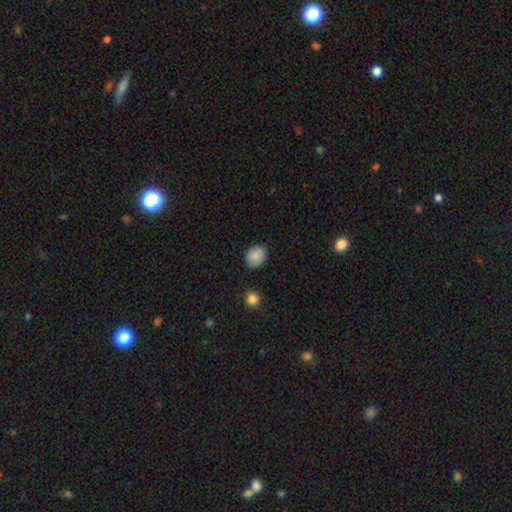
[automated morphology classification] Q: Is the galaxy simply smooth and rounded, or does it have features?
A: smooth — 88%.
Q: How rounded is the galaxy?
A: round — 51%.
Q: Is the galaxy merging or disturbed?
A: none — 81%.